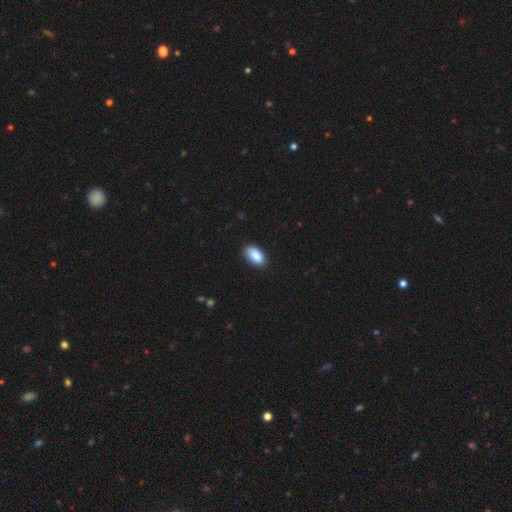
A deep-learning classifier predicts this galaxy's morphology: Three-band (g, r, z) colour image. It shows a smooth galaxy with no disk features (89%) that is in between round and cigar-shaped (94%). Merging: none (88%).